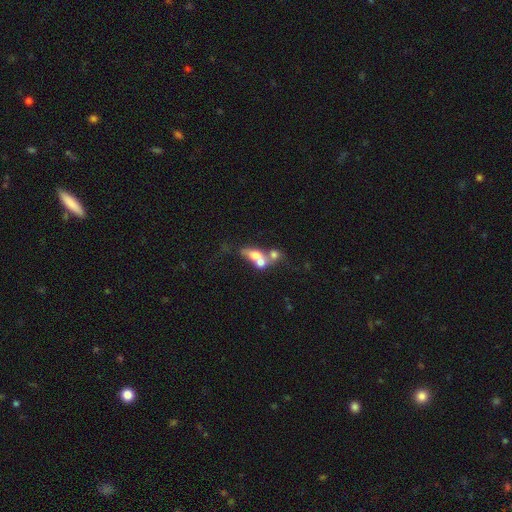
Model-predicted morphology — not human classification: Smooth or featured?
  - smooth: 55% *
  - featured or disk: 33%
  - star or artifact: 12%
How rounded?
  - in between: 56% *
  - round: 32%
  - cigar-shaped: 12%
Merging?
  - merger: 65% *
  - none: 19%
  - major disturbance: 8%
  - minor disturbance: 7%